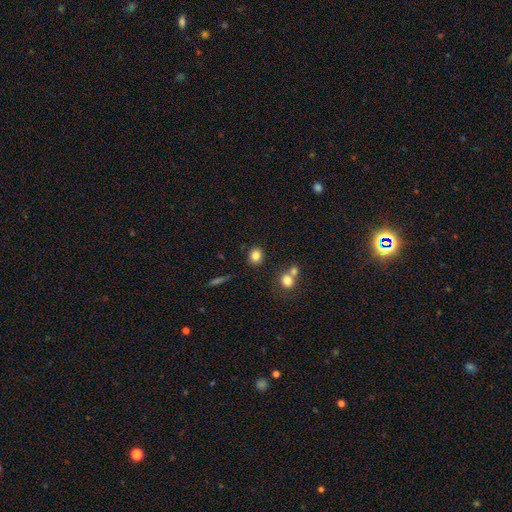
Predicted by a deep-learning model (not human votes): smooth-or-featured: smooth: 82% | star or artifact: 11% | featured or disk: 7%
  how-rounded: round: 78% | in between: 20% | cigar-shaped: 1%
  merging: none: 81% | minor disturbance: 8% | merger: 8% | major disturbance: 3%